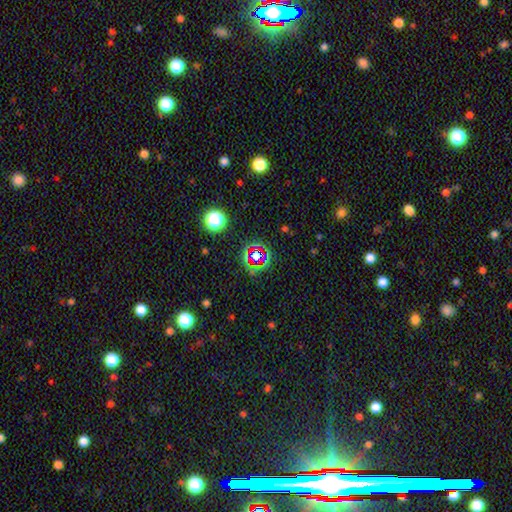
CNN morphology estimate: Q: Smooth or featured?
A: star or artifact (65%); runner-up: smooth (23%)